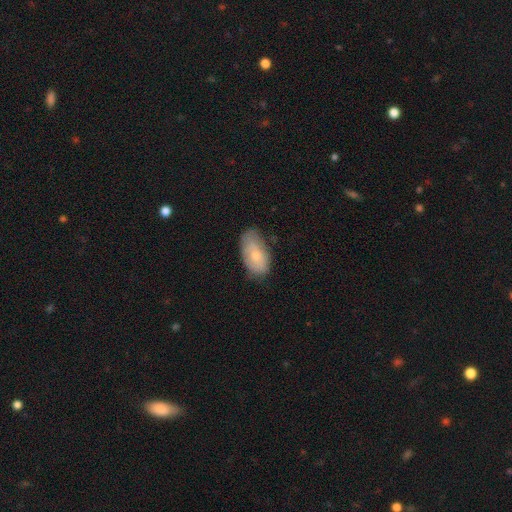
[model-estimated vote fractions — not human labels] Morphology: type=smooth (69%); roundness=in between (93%); merging=none (65%).